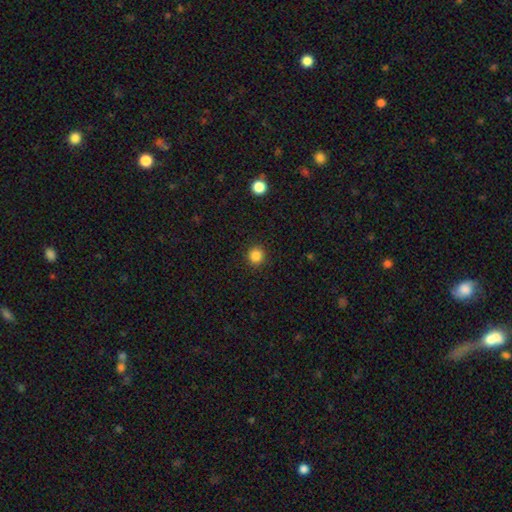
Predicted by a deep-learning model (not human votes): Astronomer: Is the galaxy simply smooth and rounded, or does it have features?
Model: smooth — 86%.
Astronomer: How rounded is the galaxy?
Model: round — 93%.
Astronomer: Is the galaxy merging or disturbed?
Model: none — 92%.